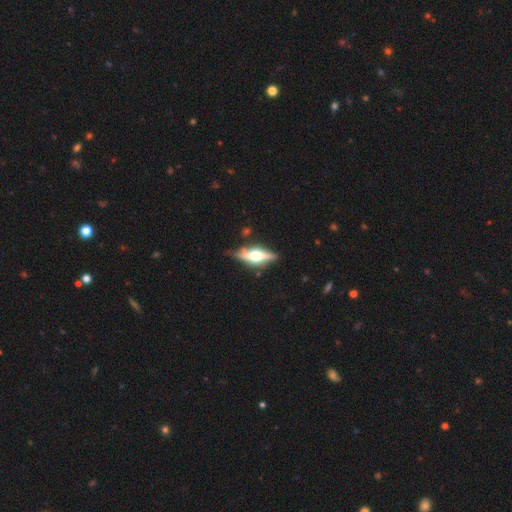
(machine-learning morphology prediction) Smooth or featured? Predicted: featured or disk (p=0.70). Edge-on disk? Predicted: yes (p=0.94). Edge-on bulge? Predicted: rounded (p=0.92). Merging? Predicted: none (p=0.77).